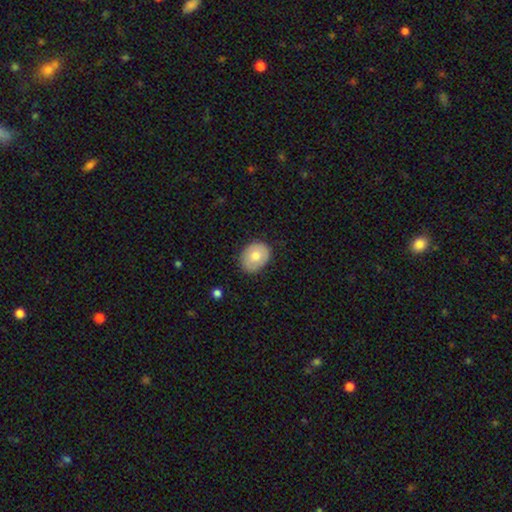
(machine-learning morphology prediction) This is likely a smooth galaxy (73%). How rounded: possibly in between (59%). Merging: clearly none (80%).